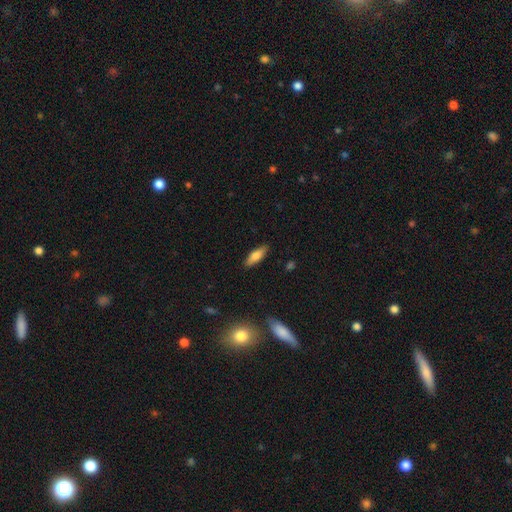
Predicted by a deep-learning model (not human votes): The model was most divided on "how rounded": in between: 57%, cigar-shaped: 40%, round: 2%. More confident: merging — none (88%); smooth or featured — smooth (75%).